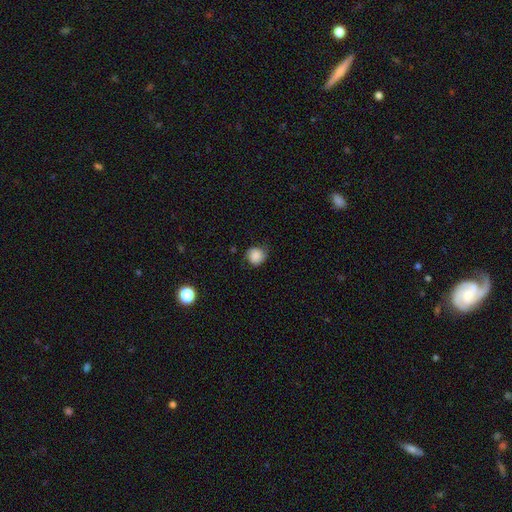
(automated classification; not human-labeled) Morphology: type=smooth (84%); roundness=round (85%); merging=none (72%).